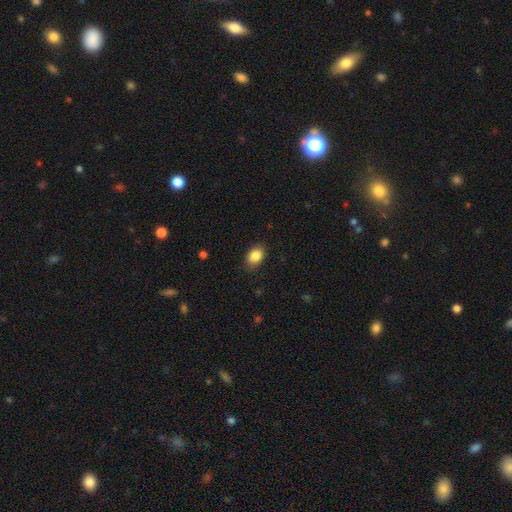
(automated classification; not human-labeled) Smooth or featured?
  - smooth: 87% *
  - star or artifact: 8%
  - featured or disk: 5%
How rounded?
  - in between: 72% *
  - round: 27%
  - cigar-shaped: 1%
Merging?
  - none: 84% *
  - minor disturbance: 12%
  - major disturbance: 3%
  - merger: 1%